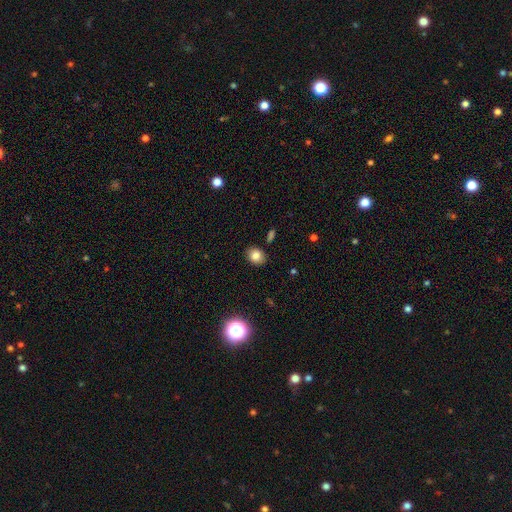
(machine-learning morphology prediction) A smooth galaxy with no disk features (81%) that is round (54%).

Vote fractions:
- Smooth or featured? smooth: 81% / star or artifact: 11% / featured or disk: 8%
- How rounded? round: 54% / in between: 45% / cigar-shaped: 1%
- Merging? none: 87% / minor disturbance: 9% / major disturbance: 2% / merger: 2%